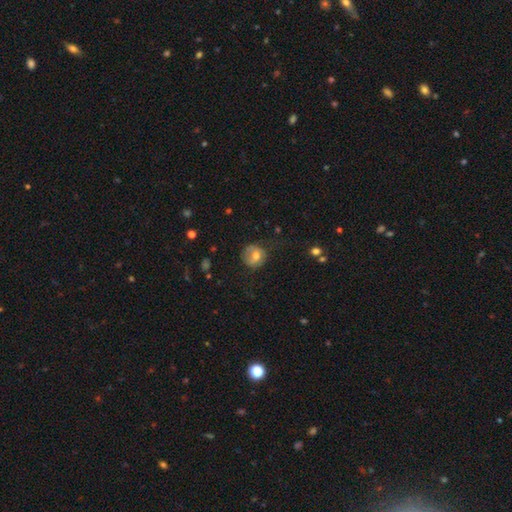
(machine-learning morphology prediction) smooth_or_featured: smooth (p=0.65) [alt: featured or disk p=0.25]
how_rounded: round (p=0.76) [alt: in between p=0.23]
merging: none (p=0.54) [alt: minor disturbance p=0.26]